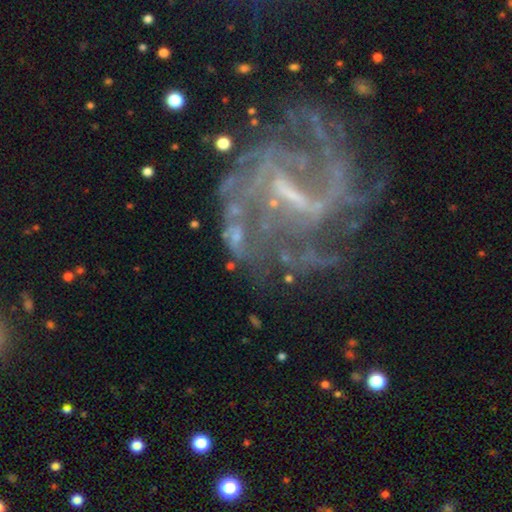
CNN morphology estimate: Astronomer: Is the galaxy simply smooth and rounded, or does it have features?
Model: featured or disk — 86%.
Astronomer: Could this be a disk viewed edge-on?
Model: no — 97%.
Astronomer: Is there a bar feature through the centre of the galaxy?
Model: strong — 46% (runner-up: weak, 41%).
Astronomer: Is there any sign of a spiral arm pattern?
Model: yes — 87%.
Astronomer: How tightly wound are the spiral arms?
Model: medium — 42% (runner-up: tight, 34%).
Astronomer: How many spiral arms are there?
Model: can't tell — 35% (runner-up: 2, 23%).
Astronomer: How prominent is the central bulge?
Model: none — 40% (runner-up: small, 38%).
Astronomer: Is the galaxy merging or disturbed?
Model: none — 56%.